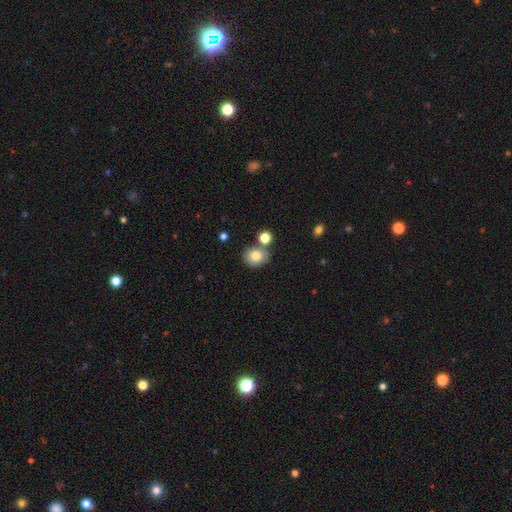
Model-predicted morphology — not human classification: smooth 80%, star or artifact 10%, featured or disk 10%. Down the decision tree: how rounded — round (64%); merging — none (69%).